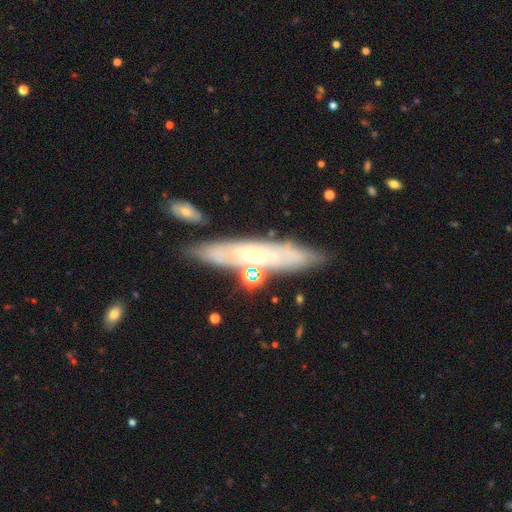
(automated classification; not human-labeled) Morphology: type=featured or disk (66%); edge-on=no (51%); merging=none (76%).